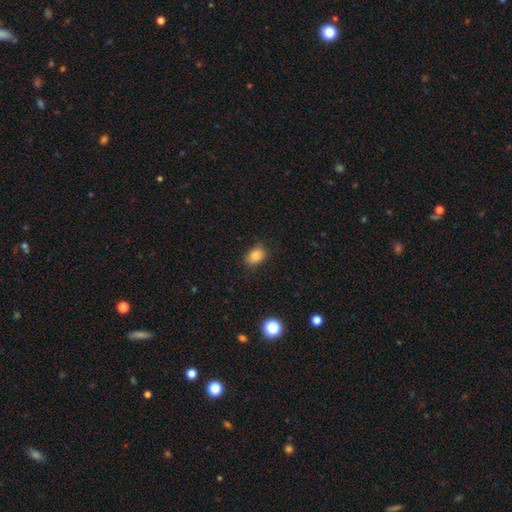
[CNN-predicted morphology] A smooth galaxy with no disk features (85%) that is in between round and cigar-shaped (70%).

Vote fractions:
- Smooth or featured? smooth: 85% / star or artifact: 11% / featured or disk: 5%
- How rounded? in between: 70% / round: 28% / cigar-shaped: 1%
- Merging? none: 80% / minor disturbance: 15% / major disturbance: 3% / merger: 1%